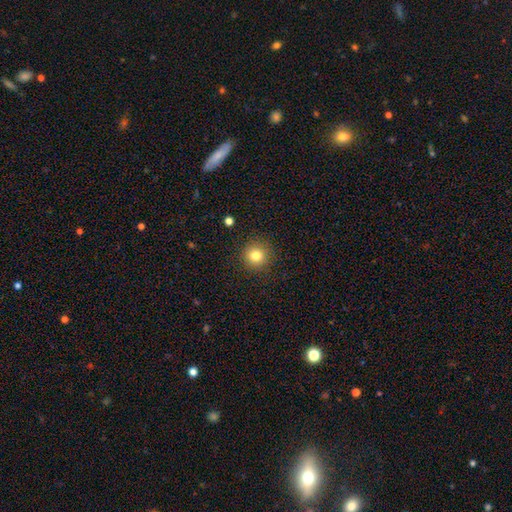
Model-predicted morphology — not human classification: Smooth or featured: smooth — 81% (star or artifact — 12%)
How rounded: round — 95% (in between — 4%)
Merging: none — 91% (minor disturbance — 6%)